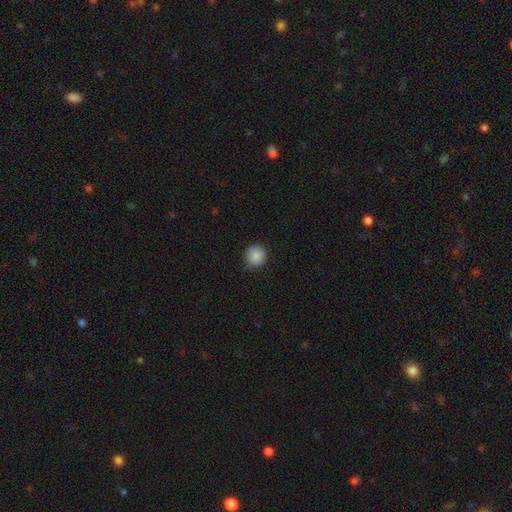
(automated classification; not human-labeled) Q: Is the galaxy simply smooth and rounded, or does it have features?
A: smooth — 88%.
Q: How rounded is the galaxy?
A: round — 95%.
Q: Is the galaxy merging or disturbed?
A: none — 88%.